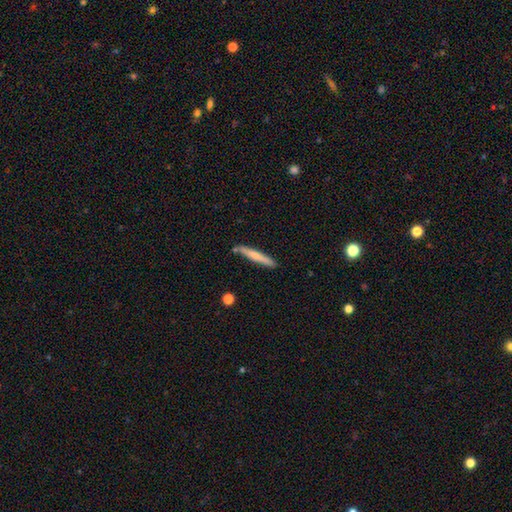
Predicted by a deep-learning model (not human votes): smooth_or_featured: smooth (p=0.63) [alt: featured or disk p=0.32]
how_rounded: cigar-shaped (p=0.95) [alt: in between p=0.04]
merging: none (p=0.84) [alt: minor disturbance p=0.11]